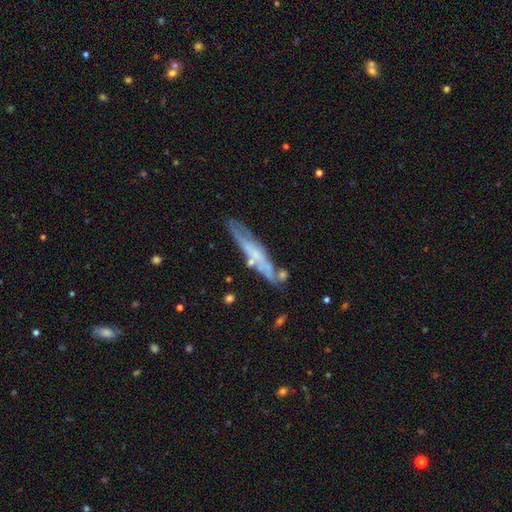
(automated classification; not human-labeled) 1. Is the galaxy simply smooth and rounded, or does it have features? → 57% featured or disk, 36% smooth, 7% star or artifact.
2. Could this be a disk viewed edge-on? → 70% yes, 30% no.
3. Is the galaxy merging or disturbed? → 66% none, 20% minor disturbance, 9% merger, 6% major disturbance.